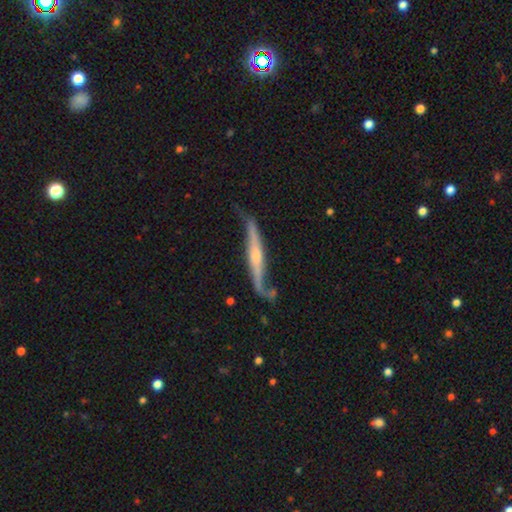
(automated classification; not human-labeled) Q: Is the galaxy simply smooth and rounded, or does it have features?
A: featured or disk — 77%.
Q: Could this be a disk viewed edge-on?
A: yes — 77%.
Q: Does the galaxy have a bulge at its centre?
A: rounded — 71%.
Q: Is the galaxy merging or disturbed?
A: none — 53%.